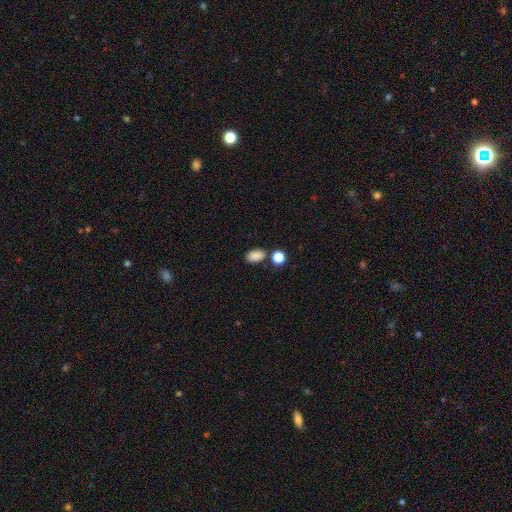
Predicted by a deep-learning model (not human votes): Smooth or featured? Predicted: smooth (p=0.86). How rounded? Predicted: in between (p=0.84). Merging? Predicted: none (p=0.76).